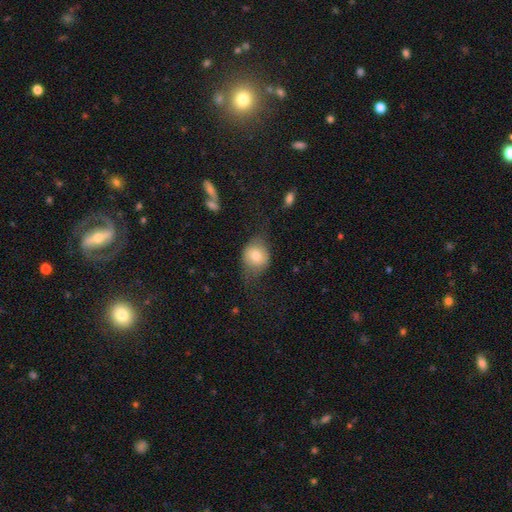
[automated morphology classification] type=smooth (68%); roundness=round (65%); merging=none (51%).